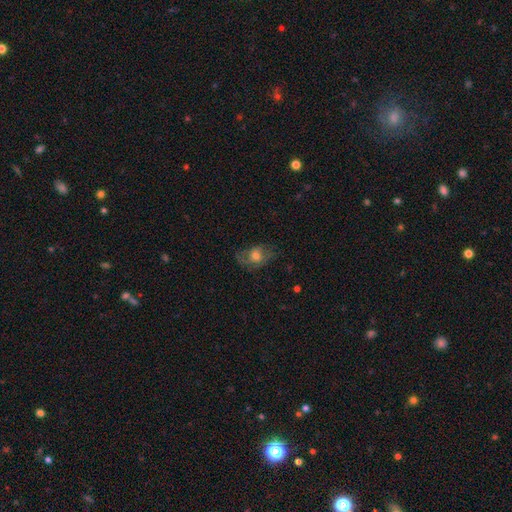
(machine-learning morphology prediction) Q: Smooth or featured?
A: smooth (45%); runner-up: featured or disk (44%)
Q: Merging?
A: none (55%); runner-up: minor disturbance (24%)